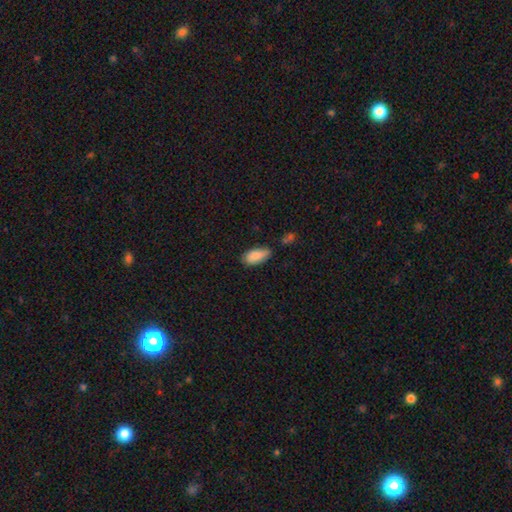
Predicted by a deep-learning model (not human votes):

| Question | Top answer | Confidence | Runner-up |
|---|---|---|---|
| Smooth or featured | smooth | 87% | star or artifact (7%) |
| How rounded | in between | 91% | cigar-shaped (7%) |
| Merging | none | 65% | minor disturbance (26%) |